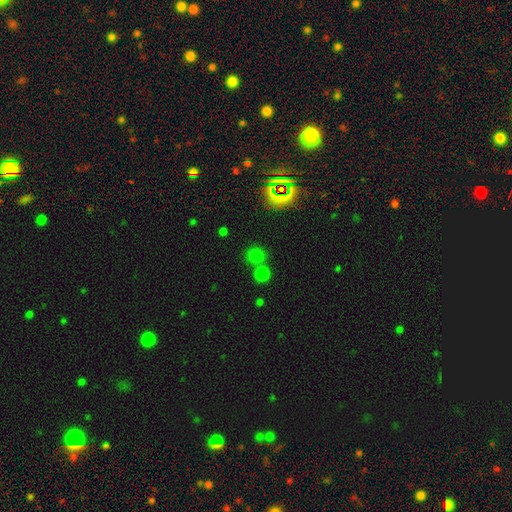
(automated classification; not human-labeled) This appears to be a smooth galaxy with no disk features (67%) that is round (83%). Merging: none (68%).